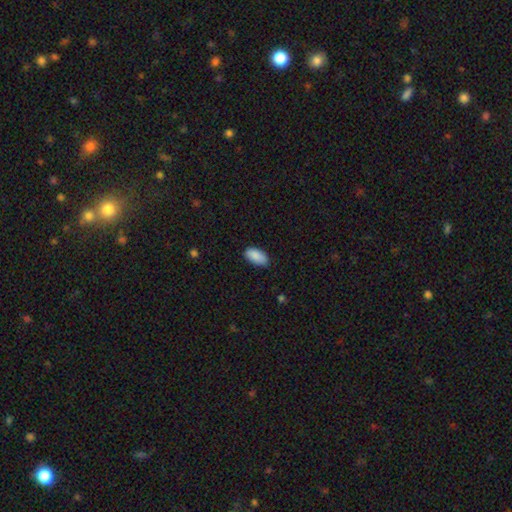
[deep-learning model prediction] This is clearly a smooth galaxy (89%). How rounded: clearly in between (94%). Merging: clearly none (84%).